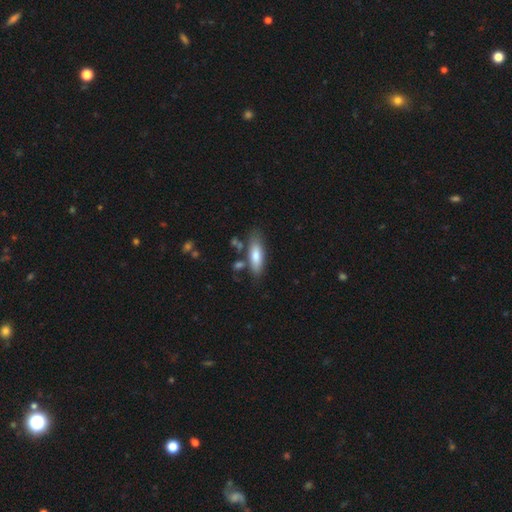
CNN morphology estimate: The model was most divided on "how rounded": in between: 51%, cigar-shaped: 47%, round: 2%. More confident: smooth or featured — smooth (76%); merging — none (72%).